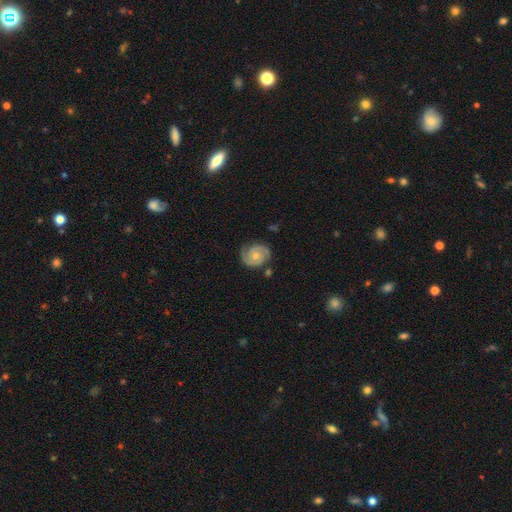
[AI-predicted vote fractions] This appears to be a featured or disk galaxy (87%) with no bar (75%), 2 (88%) tight (66%) spiral arms (97%) and a moderate central bulge (52%). Merging: none (80%).